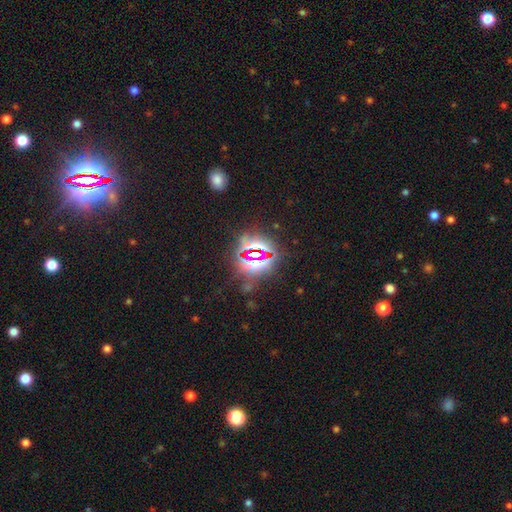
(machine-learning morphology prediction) Q: Smooth or featured?
A: star or artifact (82%); runner-up: smooth (10%)